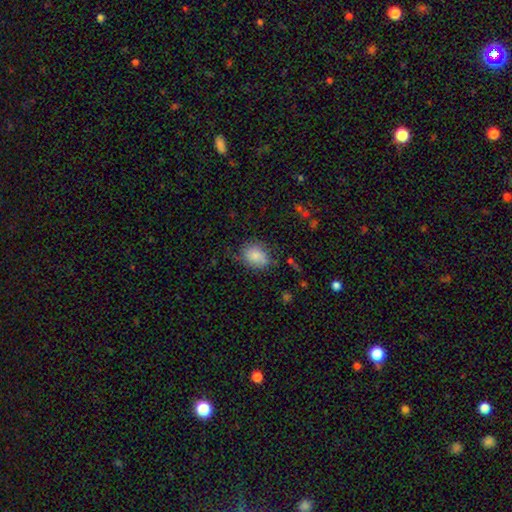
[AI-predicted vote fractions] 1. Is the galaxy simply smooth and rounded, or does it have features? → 83% smooth, 9% featured or disk, 8% star or artifact.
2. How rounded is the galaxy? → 55% in between, 43% round, 1% cigar-shaped.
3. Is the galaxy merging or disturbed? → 68% none, 23% minor disturbance, 7% major disturbance, 2% merger.